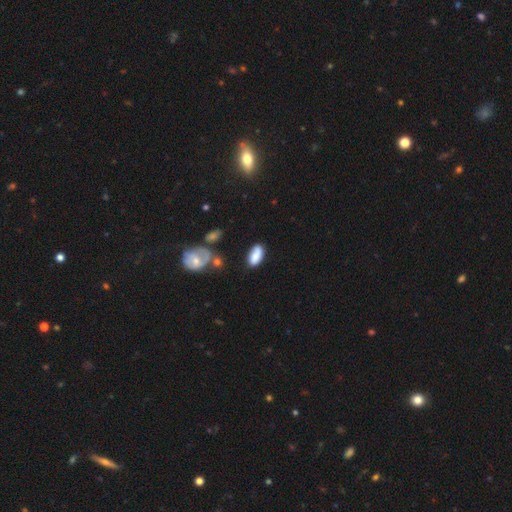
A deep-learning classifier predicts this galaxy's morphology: Smooth or featured? Predicted: smooth (p=0.76). How rounded? Predicted: in between (p=0.90). Merging? Predicted: none (p=0.61).